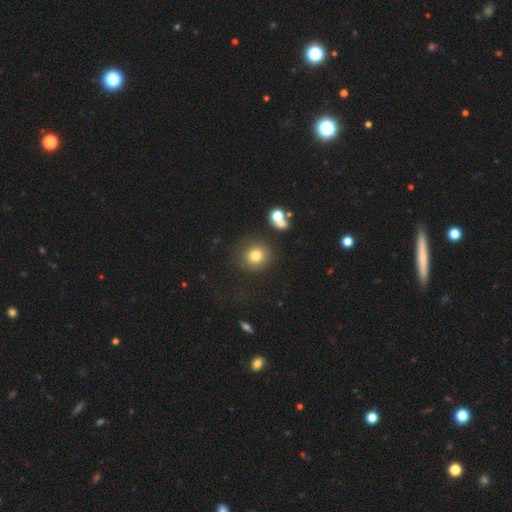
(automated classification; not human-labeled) Overall: smooth (79%). How rounded: round (90%). Merging: none (78%).